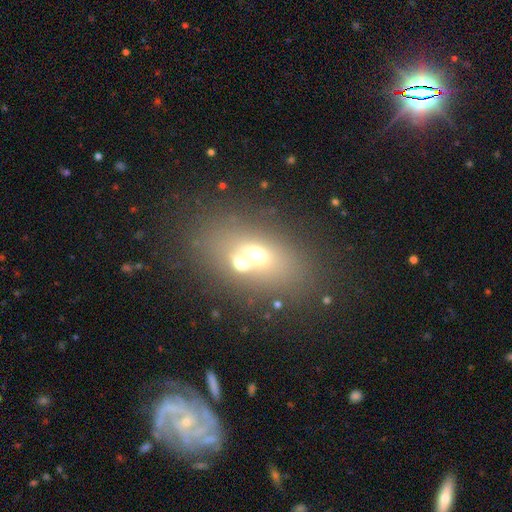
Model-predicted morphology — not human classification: The model was most divided on "merging": none: 43%, merger: 42%, minor disturbance: 10%, major disturbance: 6%. More confident: how rounded — in between (69%); smooth or featured — smooth (50%).